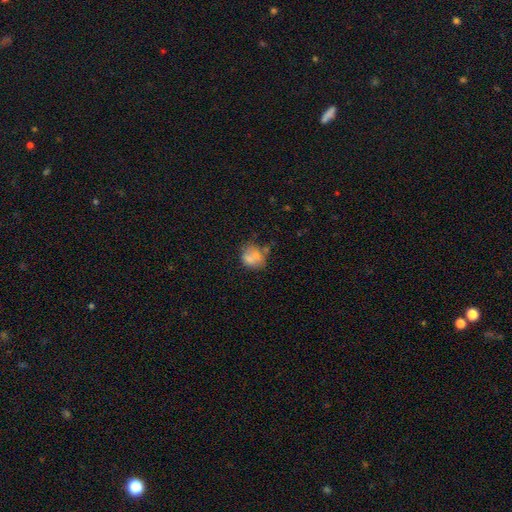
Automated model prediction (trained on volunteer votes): Smooth or featured? Predicted: smooth (p=0.57). How rounded? Predicted: round (p=0.69). Merging? Predicted: none (p=0.46).